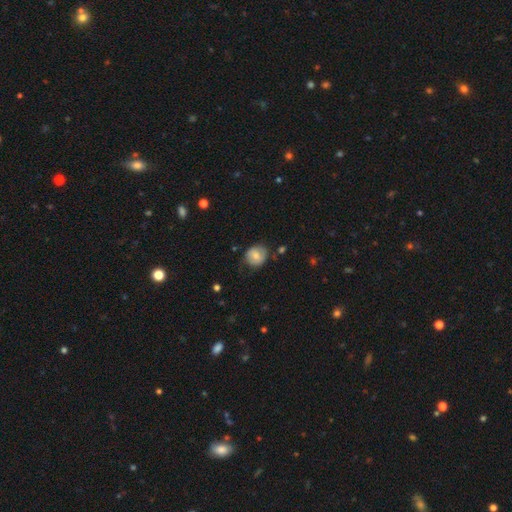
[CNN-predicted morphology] type=smooth (68%); roundness=round (79%); merging=none (69%).